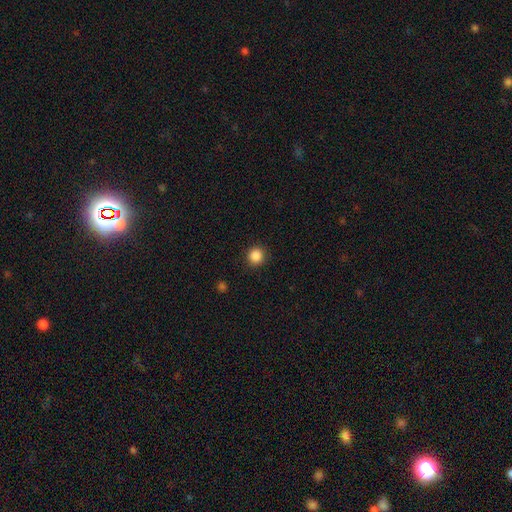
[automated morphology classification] smooth_or_featured: smooth (p=0.87) [alt: star or artifact p=0.11]
how_rounded: round (p=0.93) [alt: in between p=0.06]
merging: none (p=0.91) [alt: minor disturbance p=0.06]